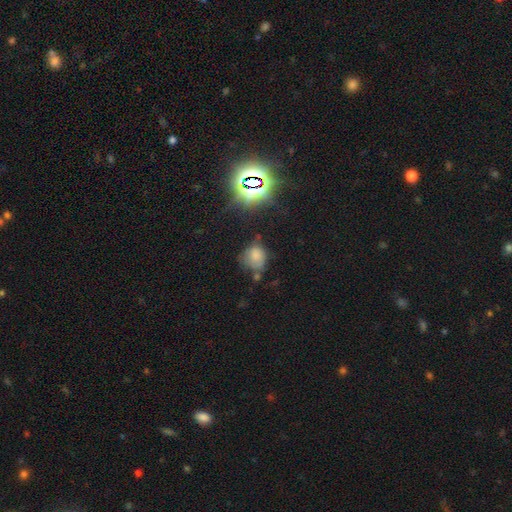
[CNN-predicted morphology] Smooth or featured? Predicted: smooth (p=0.67). How rounded? Predicted: round (p=0.64). Merging? Predicted: none (p=0.43).